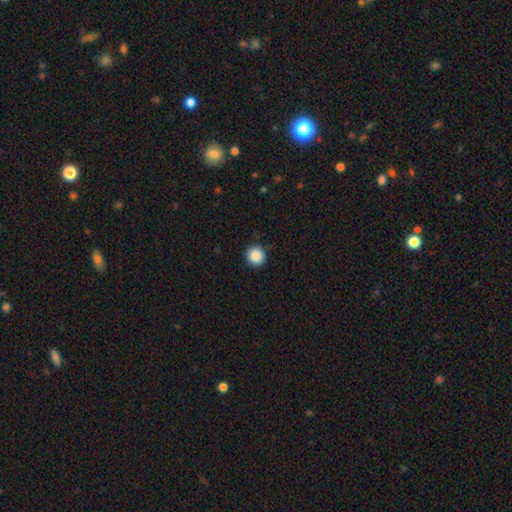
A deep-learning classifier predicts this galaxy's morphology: Overall: smooth (87%). How rounded: round (95%). Merging: none (91%).